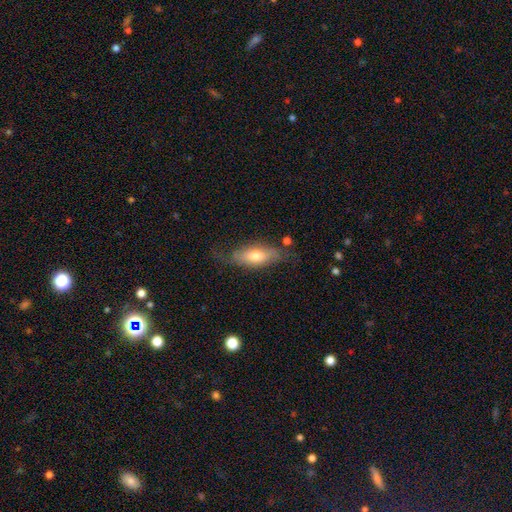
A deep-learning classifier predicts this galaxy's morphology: Smooth or featured? smooth (60%)
How rounded? in between (77%)
Merging? none (59%)